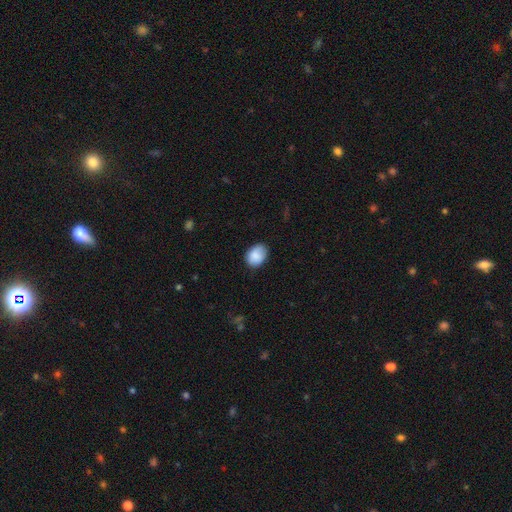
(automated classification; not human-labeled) Smooth or featured?
  - smooth: 86% *
  - featured or disk: 7%
  - star or artifact: 7%
How rounded?
  - in between: 70% *
  - round: 29%
  - cigar-shaped: 1%
Merging?
  - none: 75% *
  - minor disturbance: 20%
  - major disturbance: 3%
  - merger: 1%